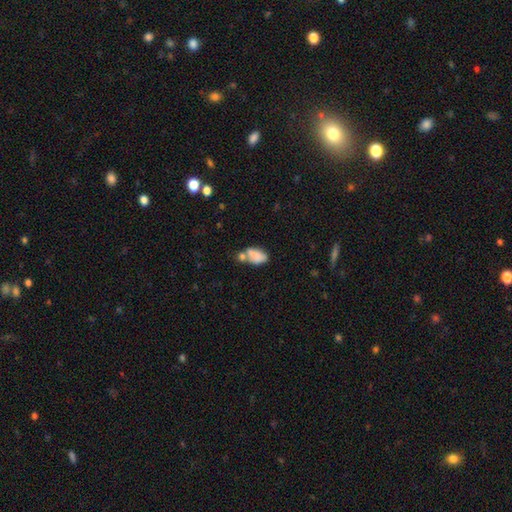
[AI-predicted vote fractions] Smooth or featured: smooth — 76% (featured or disk — 15%)
How rounded: in between — 90% (round — 7%)
Merging: merger — 37% (none — 35%)